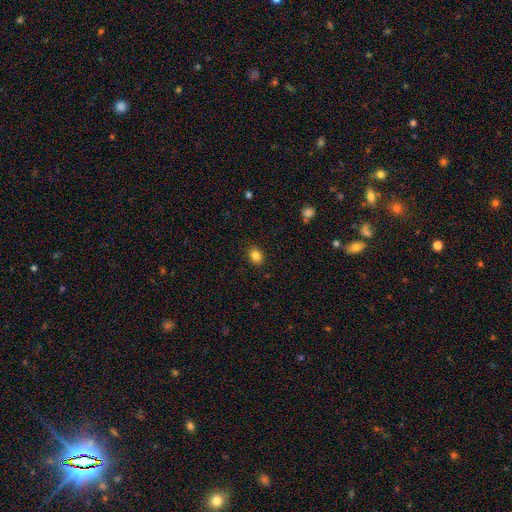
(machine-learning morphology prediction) type=smooth (84%); roundness=in between (55%); merging=none (89%).